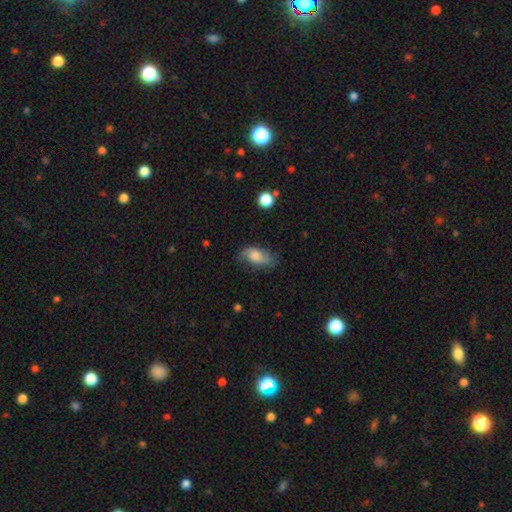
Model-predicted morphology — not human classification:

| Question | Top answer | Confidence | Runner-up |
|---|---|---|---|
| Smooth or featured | smooth | 61% | featured or disk (30%) |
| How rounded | in between | 88% | round (7%) |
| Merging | none | 62% | minor disturbance (27%) |